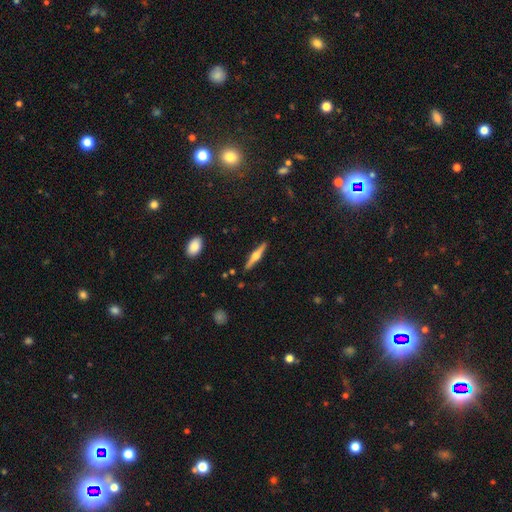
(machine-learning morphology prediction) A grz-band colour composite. It shows a featured or disk galaxy (72%) viewed edge-on (98%) with a rounded central bulge (94%). Merging: none (90%).